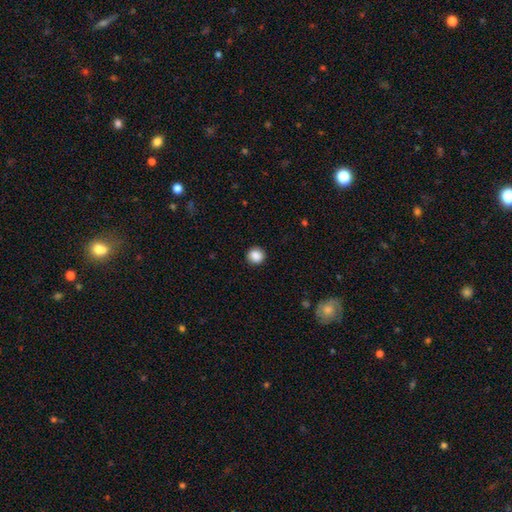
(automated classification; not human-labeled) smooth-or-featured: smooth: 88% | star or artifact: 9% | featured or disk: 3%
  how-rounded: round: 92% | in between: 7% | cigar-shaped: 1%
  merging: none: 92% | minor disturbance: 5% | major disturbance: 2% | merger: 1%